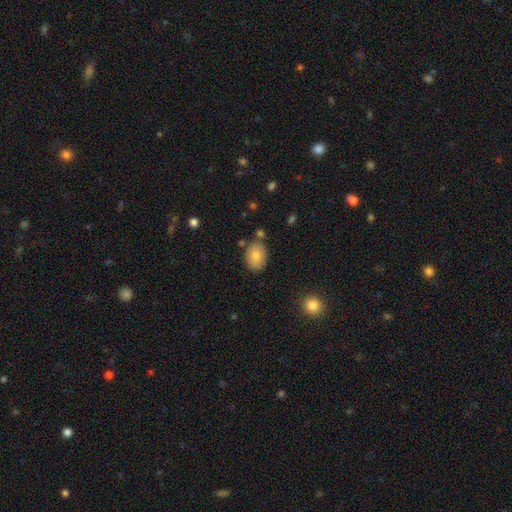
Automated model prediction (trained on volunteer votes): Smooth or featured: smooth — 81% (featured or disk — 11%)
How rounded: in between — 76% (round — 23%)
Merging: none — 78% (minor disturbance — 14%)